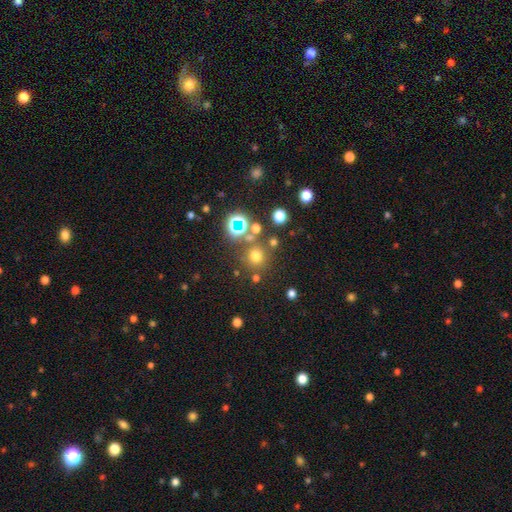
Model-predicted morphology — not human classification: Overall: smooth (65%; star or artifact 27%). How rounded: round (91%). Merging: none (76%).